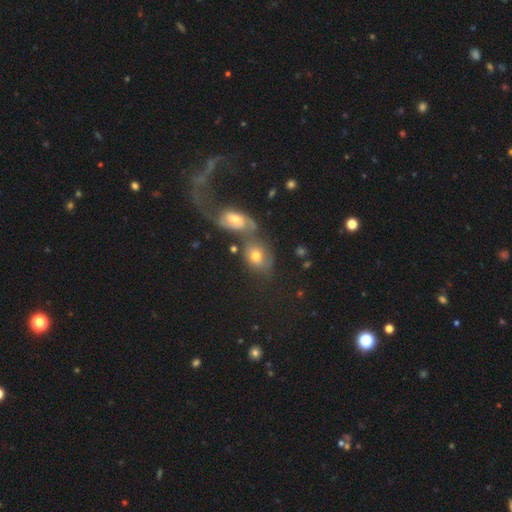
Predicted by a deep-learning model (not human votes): A smooth galaxy with no disk features (59%) that is in between round and cigar-shaped (66%).

Vote fractions:
- Smooth or featured? smooth: 59% / featured or disk: 29% / star or artifact: 12%
- How rounded? in between: 66% / round: 32% / cigar-shaped: 2%
- Merging? merger: 47% / none: 31% / minor disturbance: 13% / major disturbance: 9%